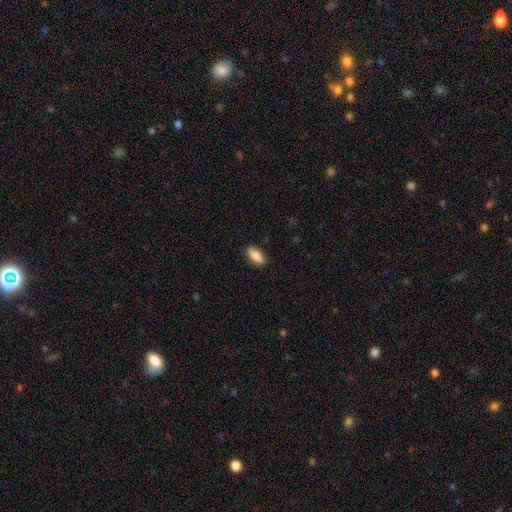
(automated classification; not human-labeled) smooth_or_featured: smooth (p=0.87) [alt: star or artifact p=0.07]
how_rounded: in between (p=0.90) [alt: cigar-shaped p=0.07]
merging: none (p=0.88) [alt: minor disturbance p=0.09]